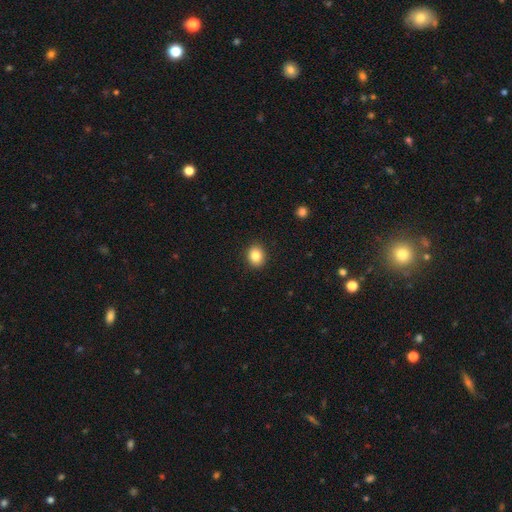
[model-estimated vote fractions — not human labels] Morphology: type=smooth (84%); roundness=round (62%); merging=none (91%).